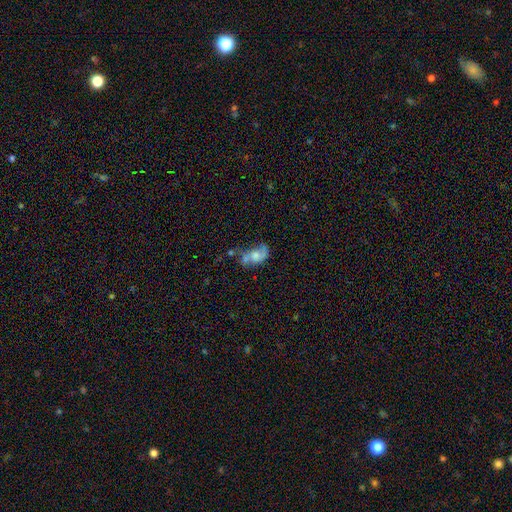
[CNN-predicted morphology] Q: Smooth or featured?
A: featured or disk (53%); runner-up: smooth (38%)
Q: Edge-on disk?
A: no (95%); runner-up: yes (5%)
Q: Bar?
A: no (73%); runner-up: weak (23%)
Q: Spiral arms?
A: yes (75%); runner-up: no (25%)
Q: Bulge size?
A: moderate (48%); runner-up: small (25%)
Q: Merging?
A: none (35%); runner-up: minor disturbance (24%)